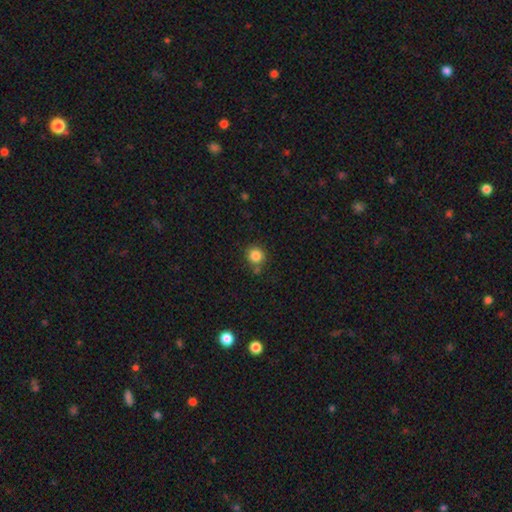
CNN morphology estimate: Overall: smooth (84%). How rounded: round (91%). Merging: none (76%).